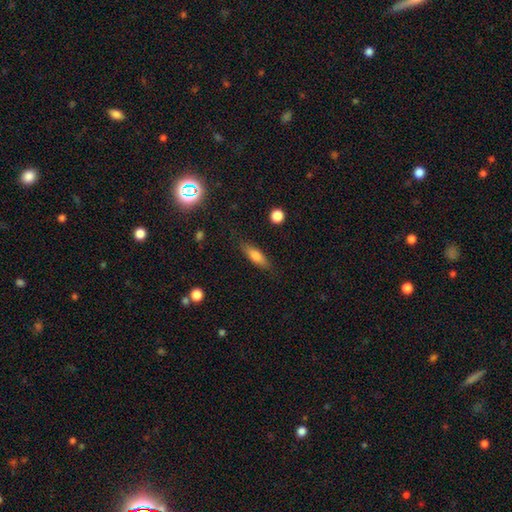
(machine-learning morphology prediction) smooth_or_featured: smooth (p=0.73) [alt: featured or disk p=0.19]
how_rounded: in between (p=0.51) [alt: cigar-shaped p=0.46]
merging: none (p=0.82) [alt: minor disturbance p=0.13]